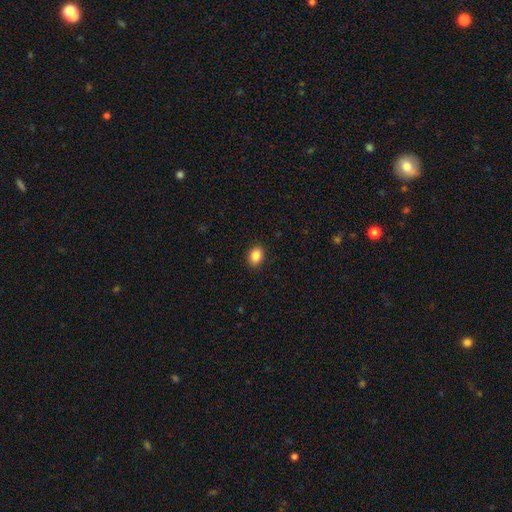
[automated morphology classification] smooth-or-featured: smooth: 87% | star or artifact: 9% | featured or disk: 4%
  how-rounded: in between: 67% | round: 32% | cigar-shaped: 1%
  merging: none: 89% | minor disturbance: 7% | major disturbance: 2% | merger: 1%